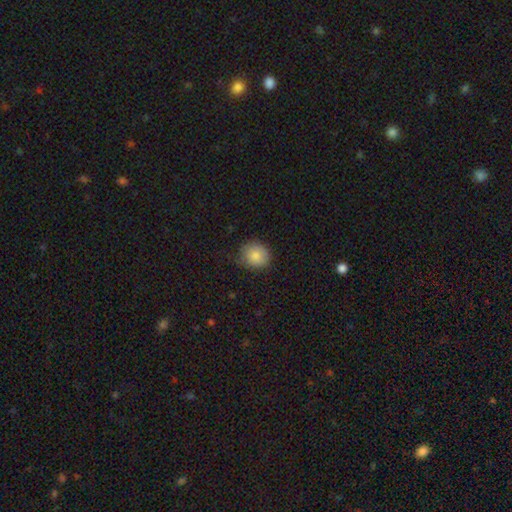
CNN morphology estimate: smooth 85%, star or artifact 8%, featured or disk 7%. Down the decision tree: how rounded — round (78%); merging — none (73%).